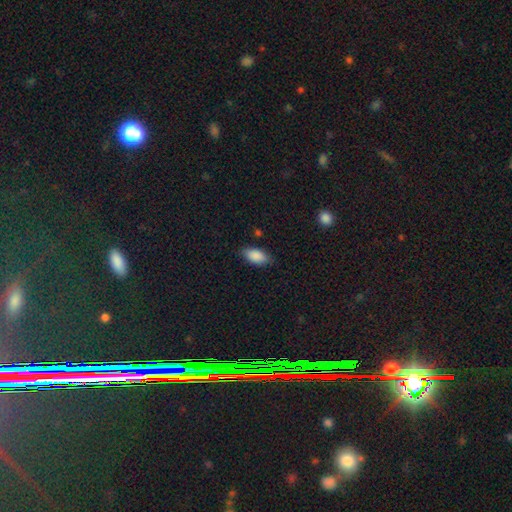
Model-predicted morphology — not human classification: Q: Smooth or featured?
A: smooth (88%); runner-up: star or artifact (7%)
Q: How rounded?
A: in between (91%); runner-up: cigar-shaped (6%)
Q: Merging?
A: none (82%); runner-up: minor disturbance (14%)